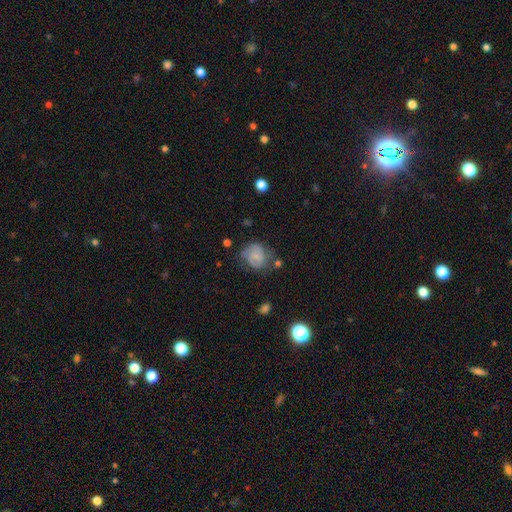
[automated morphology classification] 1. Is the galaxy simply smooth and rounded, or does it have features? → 50% featured or disk, 41% smooth, 9% star or artifact.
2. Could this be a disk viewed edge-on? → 98% no, 2% yes.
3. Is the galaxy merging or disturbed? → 55% none, 26% minor disturbance, 14% major disturbance, 5% merger.